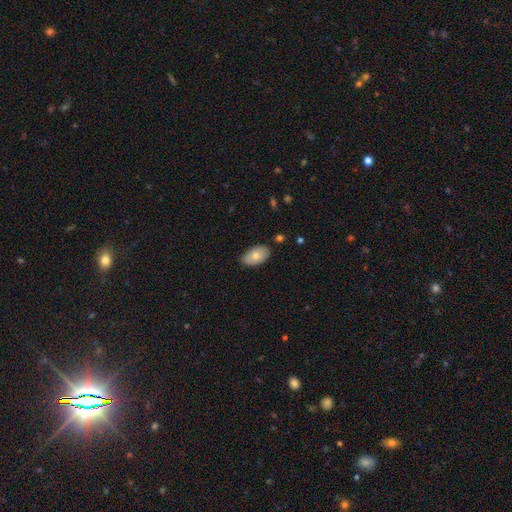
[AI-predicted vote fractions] Smooth or featured: smooth — 73% (featured or disk — 21%)
How rounded: in between — 94% (round — 5%)
Merging: none — 82% (minor disturbance — 14%)